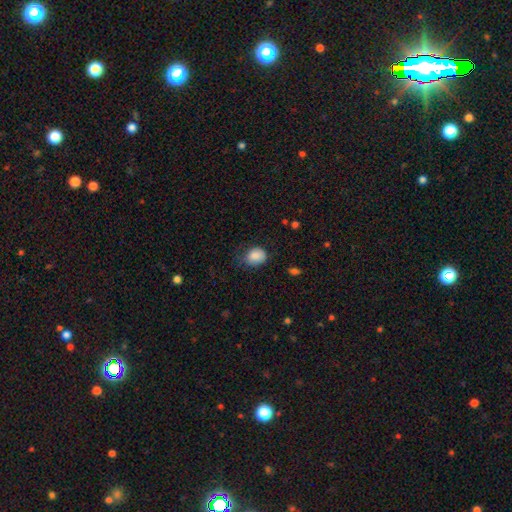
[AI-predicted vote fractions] A smooth galaxy with no disk features (86%) that is in between round and cigar-shaped (52%).

Vote fractions:
- Smooth or featured? smooth: 86% / star or artifact: 8% / featured or disk: 6%
- How rounded? in between: 52% / round: 47% / cigar-shaped: 1%
- Merging? none: 58% / minor disturbance: 31% / major disturbance: 10% / merger: 1%